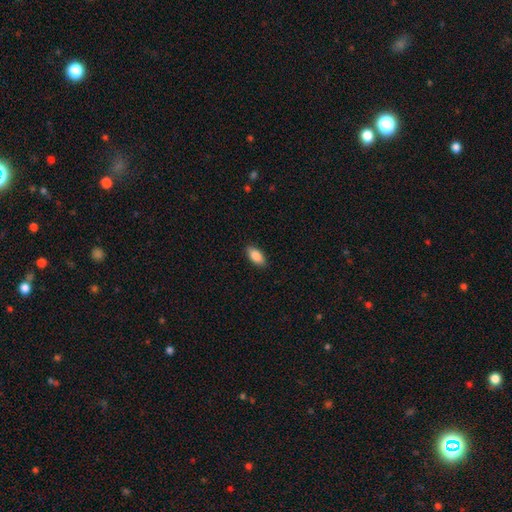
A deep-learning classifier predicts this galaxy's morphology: Q: Smooth or featured?
A: smooth (88%); runner-up: star or artifact (6%)
Q: How rounded?
A: in between (90%); runner-up: cigar-shaped (8%)
Q: Merging?
A: none (88%); runner-up: minor disturbance (9%)